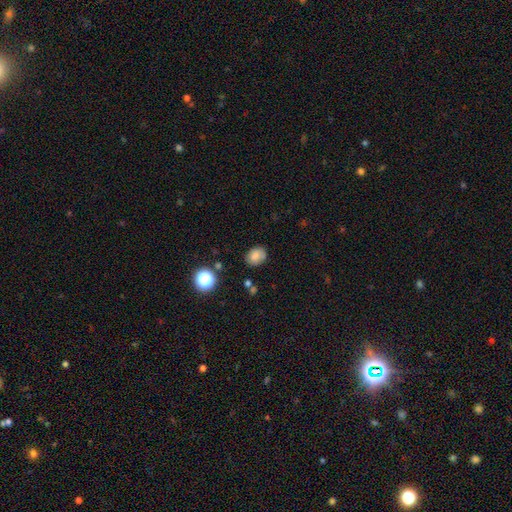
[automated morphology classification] type=smooth (78%); roundness=in between (52%); merging=none (71%).